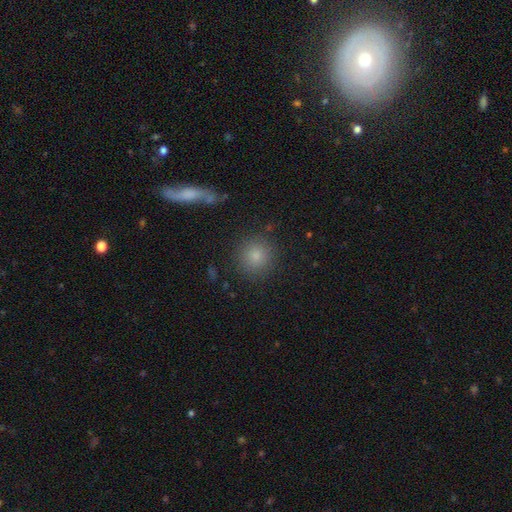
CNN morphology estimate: This appears to be a smooth galaxy with no disk features (81%) that is round (93%). Merging: none (88%).